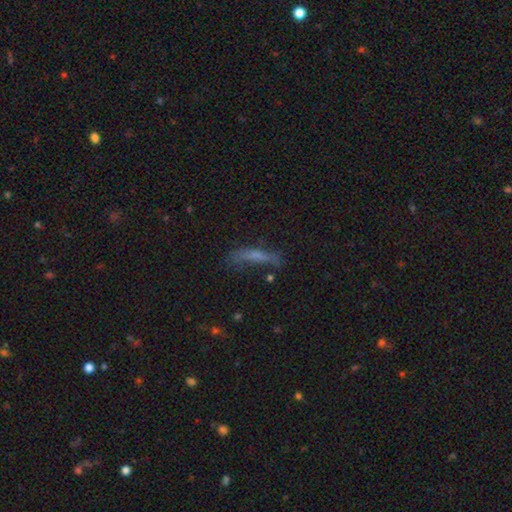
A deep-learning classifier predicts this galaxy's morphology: Smooth or featured?
  - smooth: 51% *
  - featured or disk: 34%
  - star or artifact: 15%
How rounded?
  - cigar-shaped: 79% *
  - in between: 18%
  - round: 3%
Merging?
  - none: 48% *
  - minor disturbance: 26%
  - major disturbance: 20%
  - merger: 6%